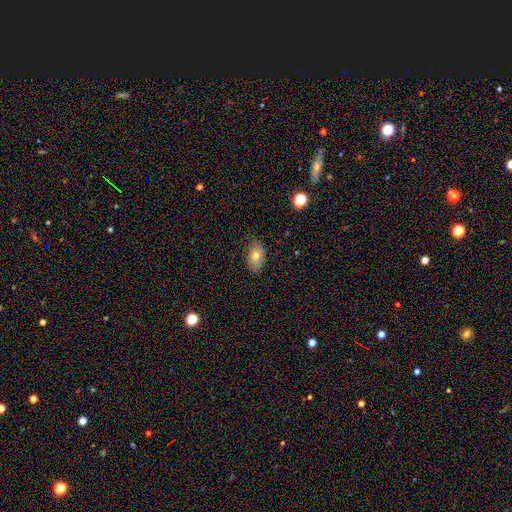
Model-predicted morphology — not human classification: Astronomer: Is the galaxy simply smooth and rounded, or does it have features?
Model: smooth — 74%.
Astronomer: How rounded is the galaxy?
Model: in between — 90%.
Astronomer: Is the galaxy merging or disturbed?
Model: none — 82%.